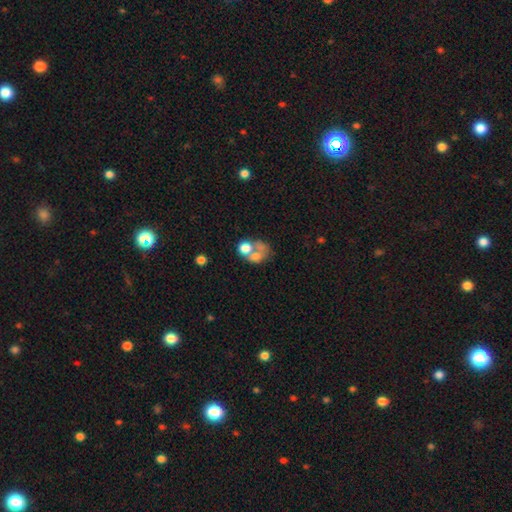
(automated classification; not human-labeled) Smooth or featured: smooth — 54% (featured or disk — 30%)
How rounded: in between — 51% (round — 48%)
Merging: merger — 54% (none — 24%)